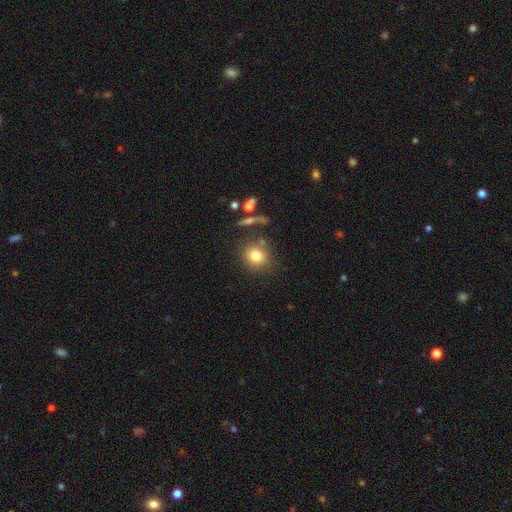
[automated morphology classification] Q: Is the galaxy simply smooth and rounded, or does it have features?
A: smooth — 79%.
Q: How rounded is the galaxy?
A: round — 80%.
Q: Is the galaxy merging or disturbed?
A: none — 75%.